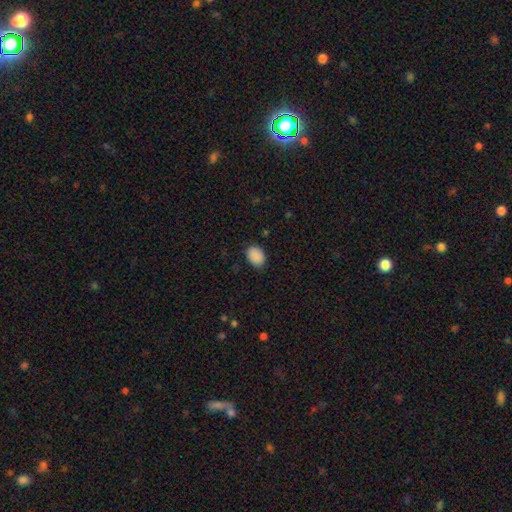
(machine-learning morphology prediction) The model was most divided on "how rounded": in between: 73%, round: 27%, cigar-shaped: 1%. More confident: smooth or featured — smooth (89%); merging — none (83%).